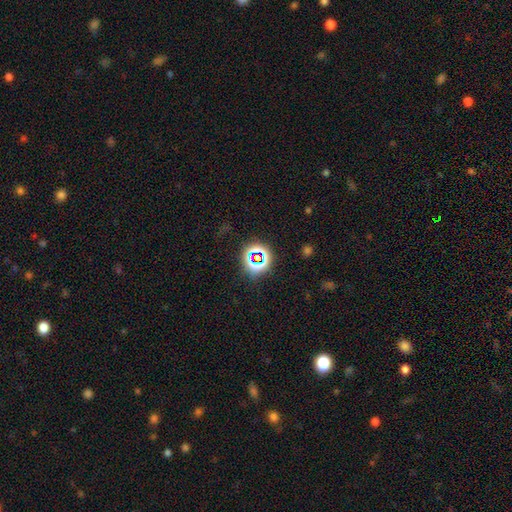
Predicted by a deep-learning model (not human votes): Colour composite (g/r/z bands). It shows a star or artifact, not a galaxy (66%).